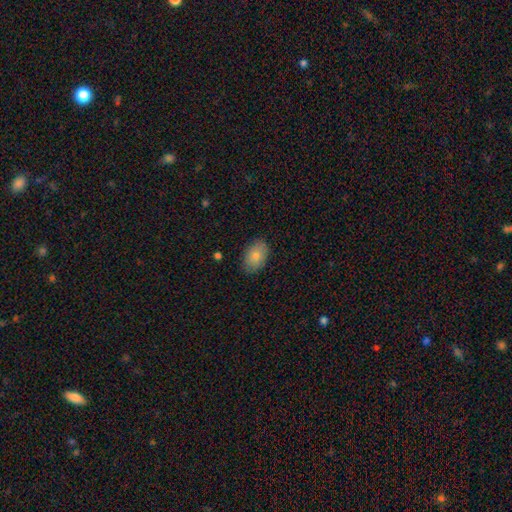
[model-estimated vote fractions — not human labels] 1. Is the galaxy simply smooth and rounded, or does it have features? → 82% smooth, 12% featured or disk, 7% star or artifact.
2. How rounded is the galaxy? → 88% in between, 11% round, 1% cigar-shaped.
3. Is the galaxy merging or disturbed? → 85% none, 12% minor disturbance, 2% major disturbance, 1% merger.